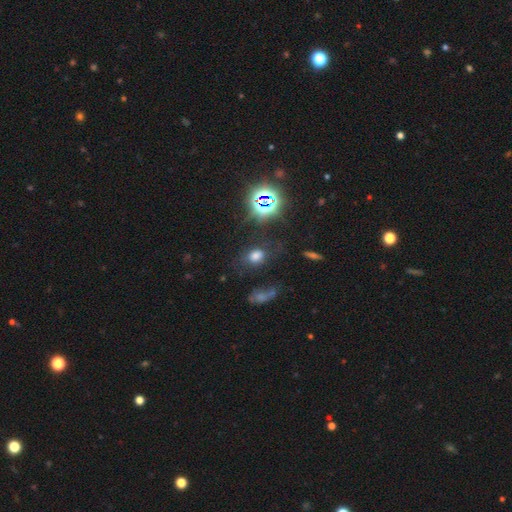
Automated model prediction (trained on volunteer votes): smooth 62%, star or artifact 28%, featured or disk 10%. Down the decision tree: how rounded — in between (63%); merging — none (68%).